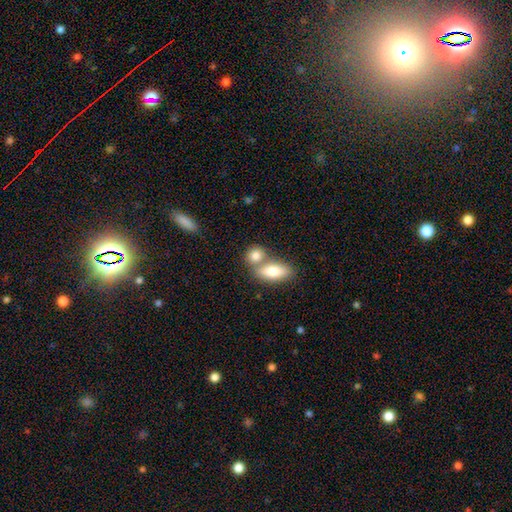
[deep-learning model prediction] Smooth or featured?
  - smooth: 82% *
  - featured or disk: 11%
  - star or artifact: 7%
How rounded?
  - in between: 54% *
  - round: 40%
  - cigar-shaped: 6%
Merging?
  - merger: 47% *
  - none: 42%
  - minor disturbance: 8%
  - major disturbance: 3%